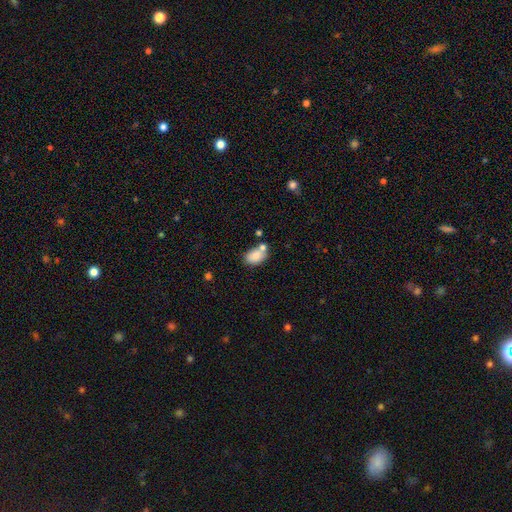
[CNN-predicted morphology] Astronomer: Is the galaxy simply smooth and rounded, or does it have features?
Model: smooth — 83%.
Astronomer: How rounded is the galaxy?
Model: in between — 84%.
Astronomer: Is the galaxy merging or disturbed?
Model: none — 49% (runner-up: merger, 29%).